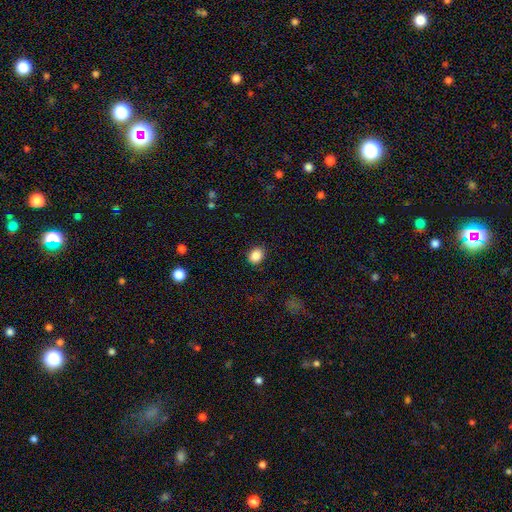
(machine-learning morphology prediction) type=smooth (87%); roundness=round (58%); merging=none (86%).